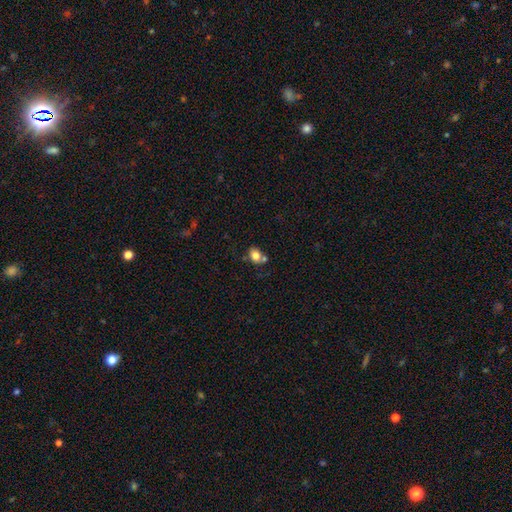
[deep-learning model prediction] Q: Smooth or featured?
A: smooth (79%); runner-up: featured or disk (11%)
Q: How rounded?
A: in between (55%); runner-up: round (44%)
Q: Merging?
A: none (54%); runner-up: merger (25%)